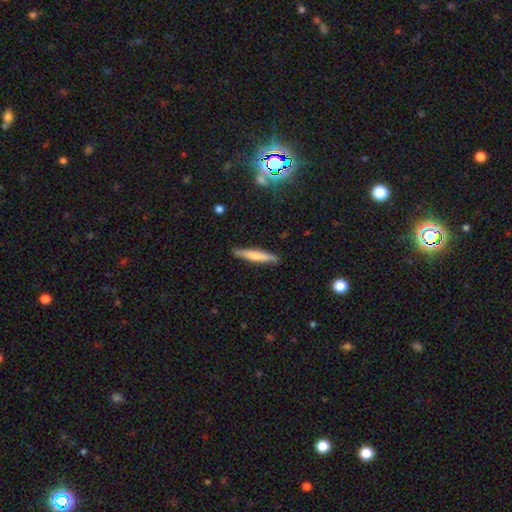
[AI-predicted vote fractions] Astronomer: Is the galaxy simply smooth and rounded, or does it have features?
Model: smooth — 65%.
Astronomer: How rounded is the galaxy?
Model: cigar-shaped — 92%.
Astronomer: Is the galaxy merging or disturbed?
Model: none — 88%.